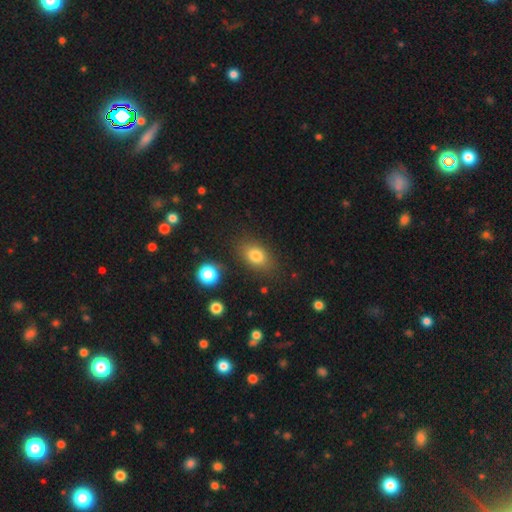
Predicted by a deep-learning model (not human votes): Smooth or featured?
  - smooth: 80% *
  - star or artifact: 11%
  - featured or disk: 9%
How rounded?
  - in between: 78% *
  - round: 20%
  - cigar-shaped: 2%
Merging?
  - none: 81% *
  - minor disturbance: 13%
  - major disturbance: 4%
  - merger: 3%